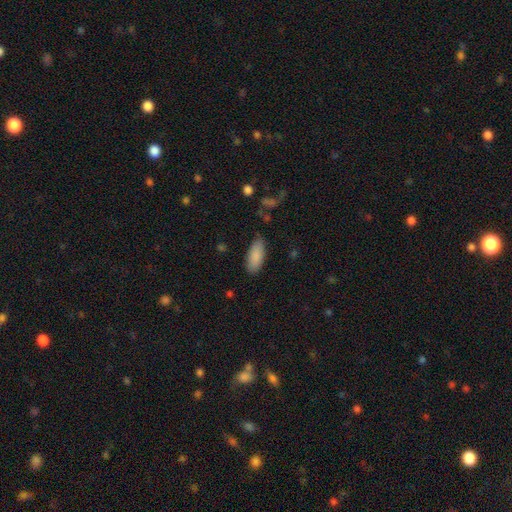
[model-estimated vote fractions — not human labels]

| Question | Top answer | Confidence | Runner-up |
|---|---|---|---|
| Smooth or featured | smooth | 88% | star or artifact (6%) |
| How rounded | in between | 81% | cigar-shaped (17%) |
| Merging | none | 83% | minor disturbance (13%) |